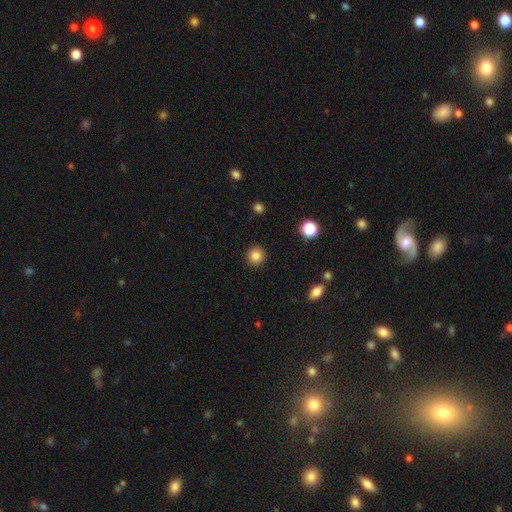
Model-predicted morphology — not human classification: This appears to be a smooth galaxy with no disk features (85%) that is round (92%). Merging: none (92%).